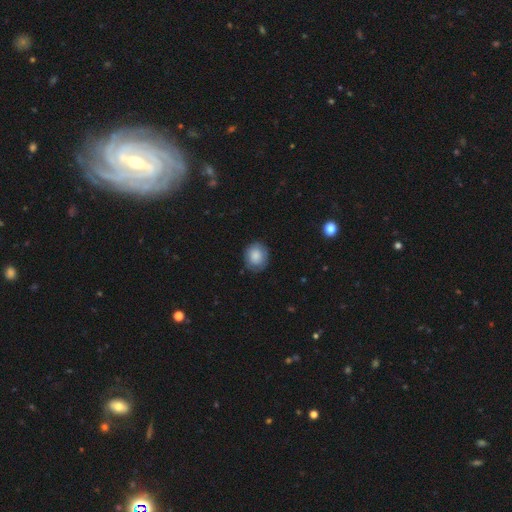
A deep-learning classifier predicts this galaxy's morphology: A smooth galaxy with no disk features (83%) that is round (70%).

Vote fractions:
- Smooth or featured? smooth: 83% / featured or disk: 10% / star or artifact: 7%
- How rounded? round: 70% / in between: 29% / cigar-shaped: 1%
- Merging? none: 81% / minor disturbance: 15% / major disturbance: 3% / merger: 1%